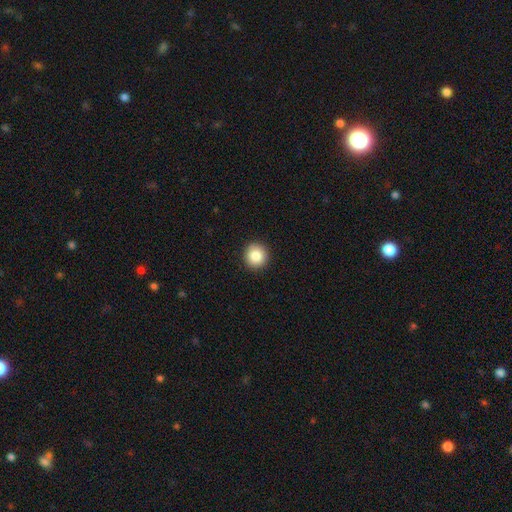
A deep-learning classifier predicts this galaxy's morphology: Smooth or featured? Predicted: smooth (p=0.85). How rounded? Predicted: round (p=0.94). Merging? Predicted: none (p=0.93).